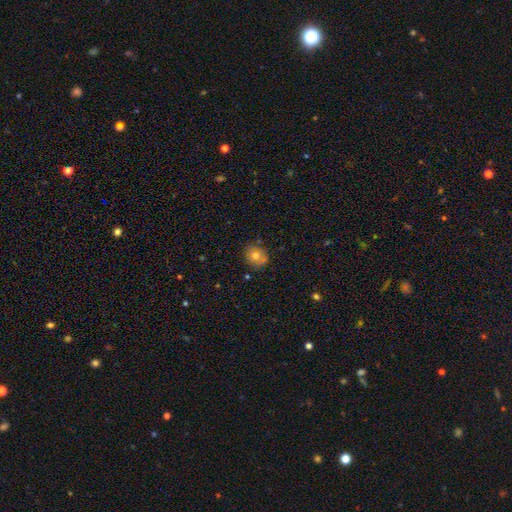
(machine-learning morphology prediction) The model was most divided on "how rounded": round: 78%, in between: 21%, cigar-shaped: 1%. More confident: merging — none (78%); smooth or featured — smooth (72%).